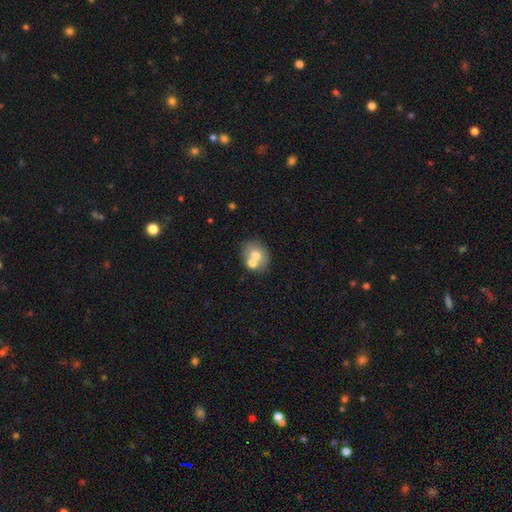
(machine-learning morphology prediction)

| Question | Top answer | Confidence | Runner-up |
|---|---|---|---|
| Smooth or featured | smooth | 67% | featured or disk (23%) |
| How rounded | round | 60% | in between (39%) |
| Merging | none | 54% | merger (32%) |